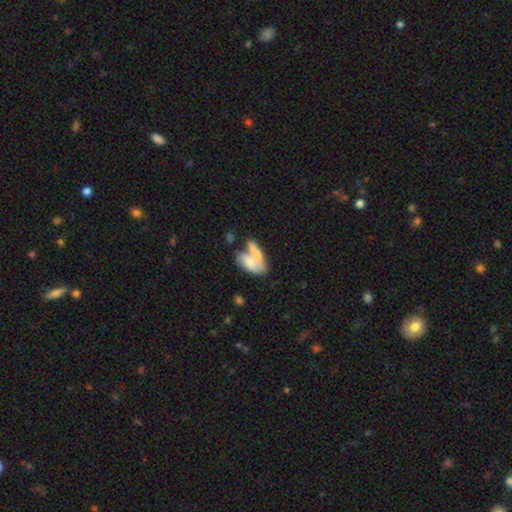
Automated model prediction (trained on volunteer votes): Morphology: type=smooth (64%); roundness=in between (83%); merging=merger (64%).